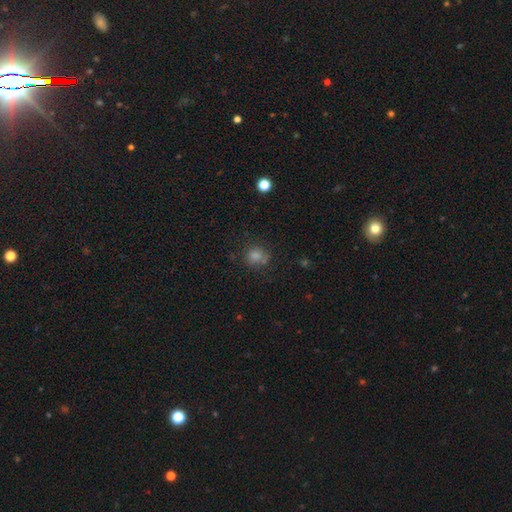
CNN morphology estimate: Q: Smooth or featured?
A: smooth (70%); runner-up: star or artifact (21%)
Q: How rounded?
A: round (84%); runner-up: in between (15%)
Q: Merging?
A: none (69%); runner-up: minor disturbance (15%)